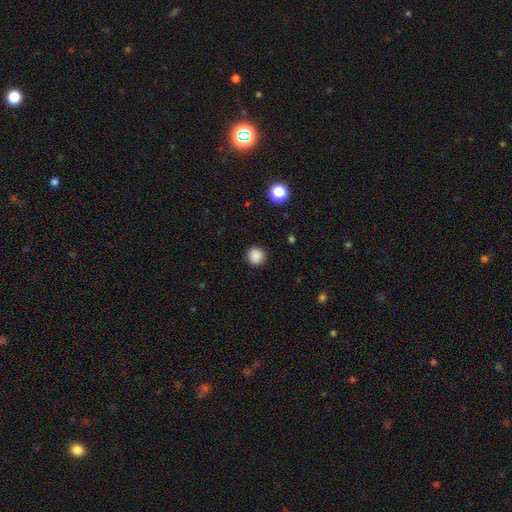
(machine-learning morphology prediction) The model was most divided on "smooth or featured": smooth: 86%, star or artifact: 11%, featured or disk: 3%. More confident: how rounded — round (92%); merging — none (89%).